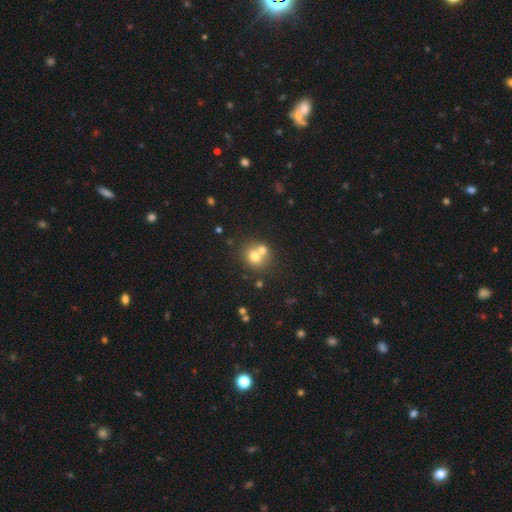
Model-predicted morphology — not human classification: Overall: smooth (70%). How rounded: round (79%). Merging: none (47%; merger 43%).